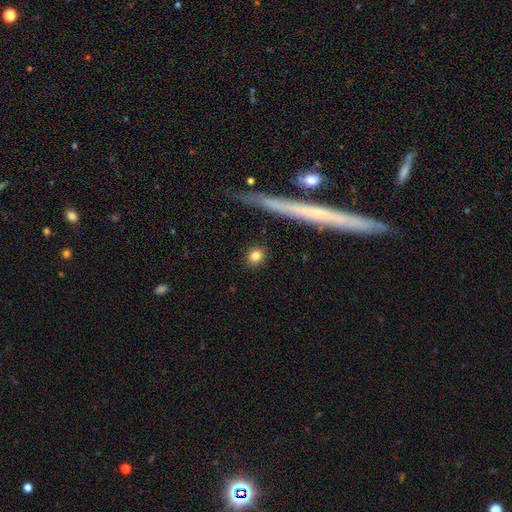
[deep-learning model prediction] This is clearly a smooth galaxy (82%). How rounded: clearly round (86%). Merging: clearly none (89%).